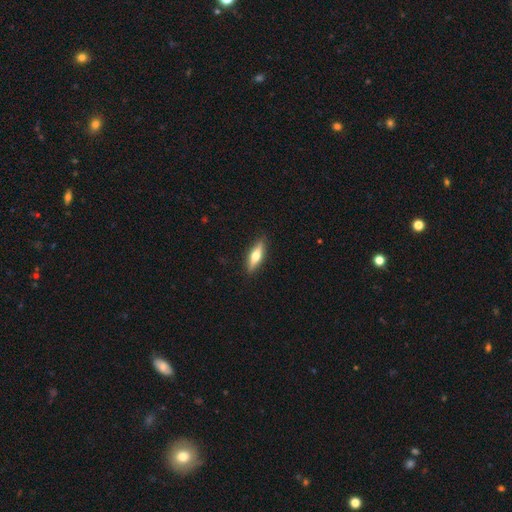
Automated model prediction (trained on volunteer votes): Smooth or featured? Predicted: featured or disk (p=0.51). Edge-on disk? Predicted: yes (p=0.93). Merging? Predicted: none (p=0.90).